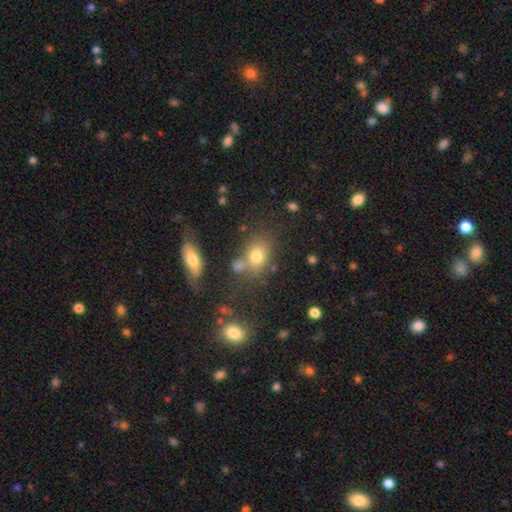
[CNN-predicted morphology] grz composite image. It shows a smooth galaxy with no disk features (69%) that is in between round and cigar-shaped (59%). Merging: none (59%).